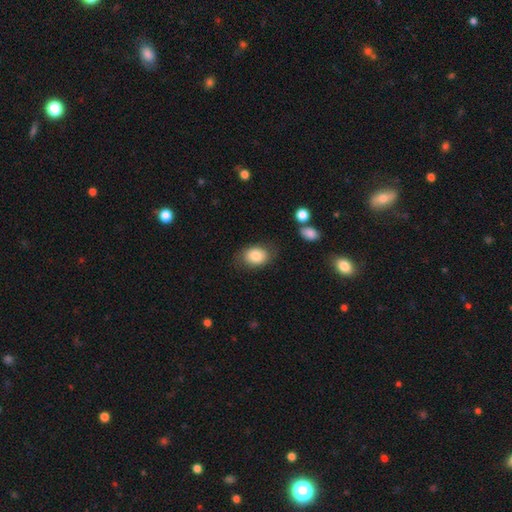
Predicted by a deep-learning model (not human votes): Smooth or featured? smooth (83%)
How rounded? in between (68%)
Merging? none (75%)